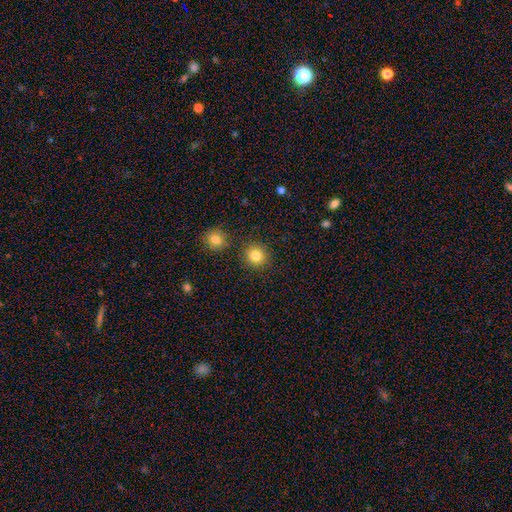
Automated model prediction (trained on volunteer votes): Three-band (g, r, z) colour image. It shows a smooth galaxy with no disk features (84%) that is round (92%). Merging: none (88%).